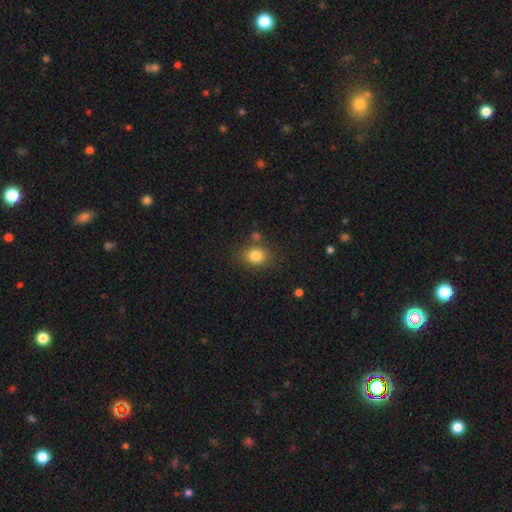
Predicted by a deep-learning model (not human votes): smooth_or_featured: smooth (p=0.82) [alt: star or artifact p=0.11]
how_rounded: round (p=0.53) [alt: in between p=0.46]
merging: none (p=0.74) [alt: minor disturbance p=0.13]